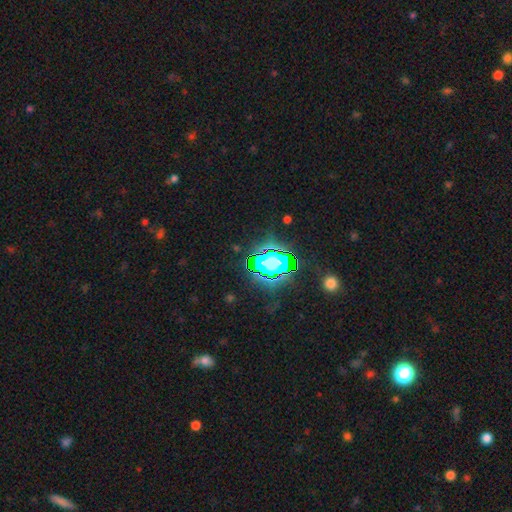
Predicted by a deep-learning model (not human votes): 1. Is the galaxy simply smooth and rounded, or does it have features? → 81% star or artifact, 12% smooth, 7% featured or disk.